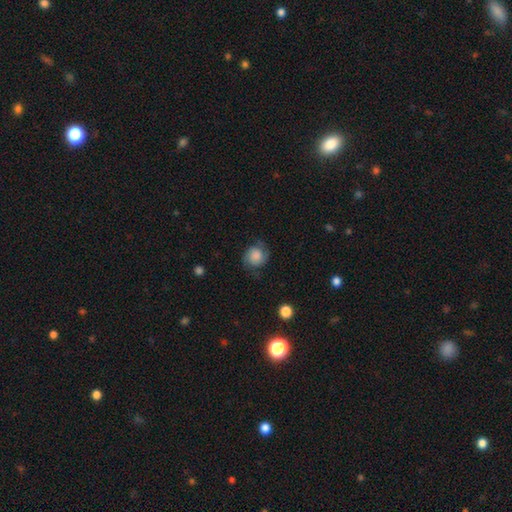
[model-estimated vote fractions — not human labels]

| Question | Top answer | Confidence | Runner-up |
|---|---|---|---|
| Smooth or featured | featured or disk | 47% | smooth (44%) |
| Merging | none | 72% | minor disturbance (19%) |